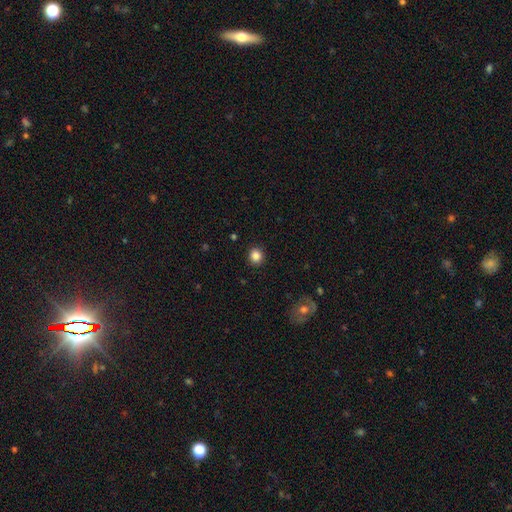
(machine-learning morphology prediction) Smooth or featured? smooth (85%)
How rounded? round (89%)
Merging? none (92%)